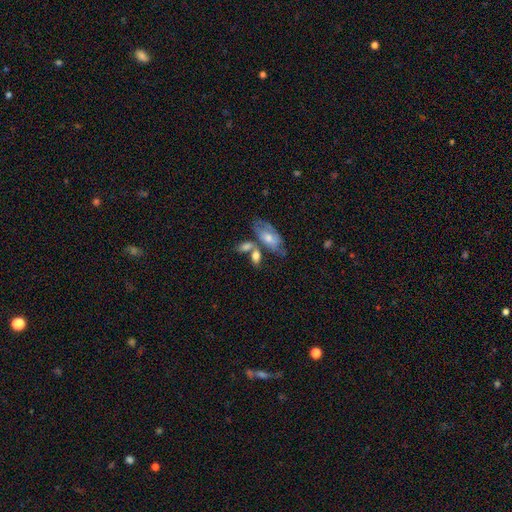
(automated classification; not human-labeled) Smooth or featured? smooth (68%)
How rounded? in between (83%)
Merging? none (39%)